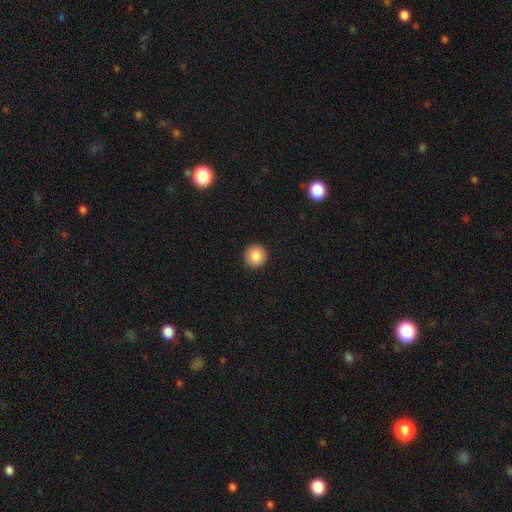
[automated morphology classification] smooth 86%, star or artifact 8%, featured or disk 6%. Down the decision tree: how rounded — round (95%); merging — none (93%).